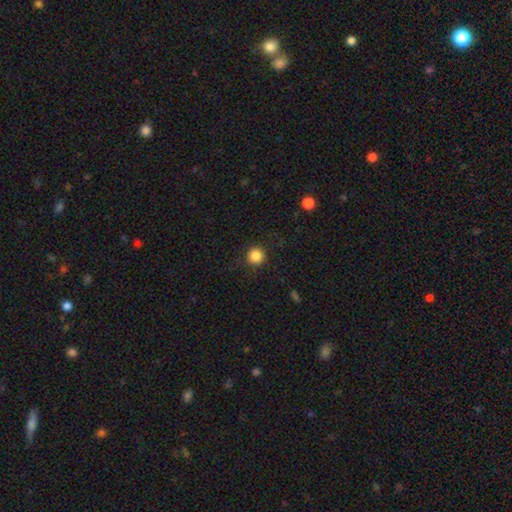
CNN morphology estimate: This is clearly a smooth galaxy (86%). How rounded: clearly round (94%). Merging: clearly none (90%).